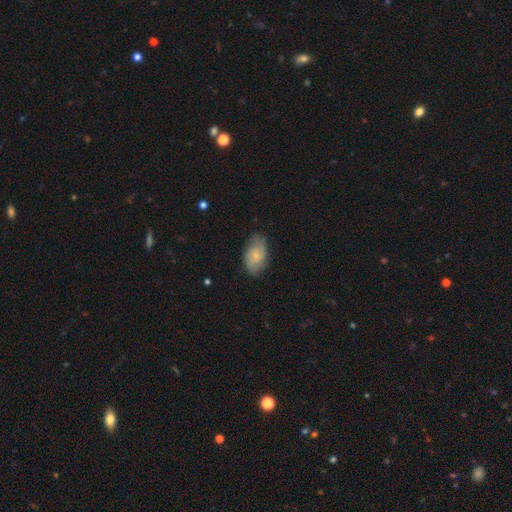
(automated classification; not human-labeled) Smooth or featured? smooth (58%)
How rounded? in between (91%)
Merging? none (72%)